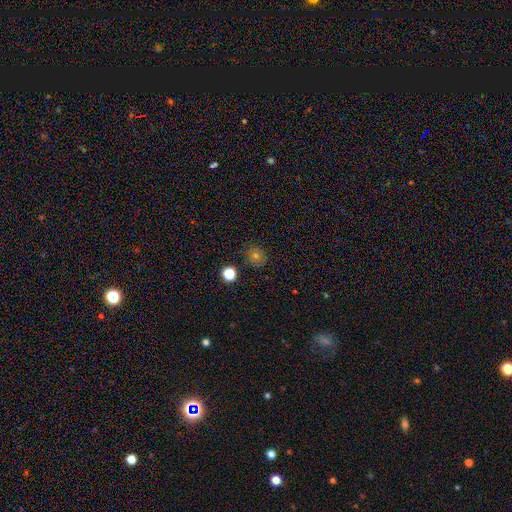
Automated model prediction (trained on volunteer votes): Smooth or featured? smooth (63%)
How rounded? round (85%)
Merging? none (83%)